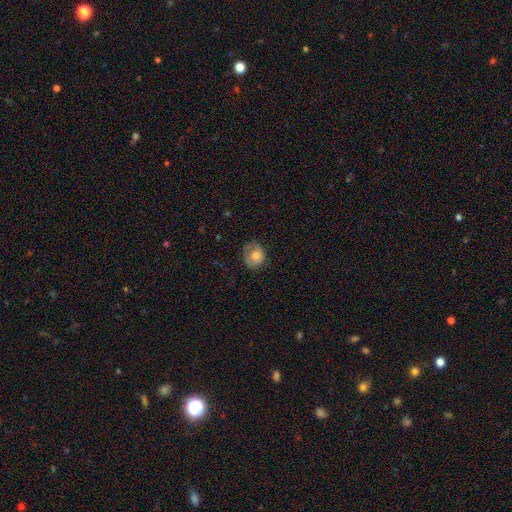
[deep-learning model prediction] smooth_or_featured: smooth (p=0.68) [alt: featured or disk p=0.24]
how_rounded: round (p=0.64) [alt: in between p=0.35]
merging: none (p=0.61) [alt: minor disturbance p=0.27]